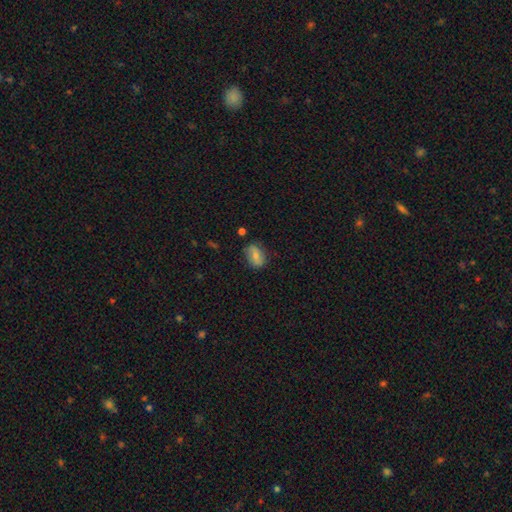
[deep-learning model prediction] Morphology: type=smooth (70%); roundness=in between (77%); merging=none (73%).